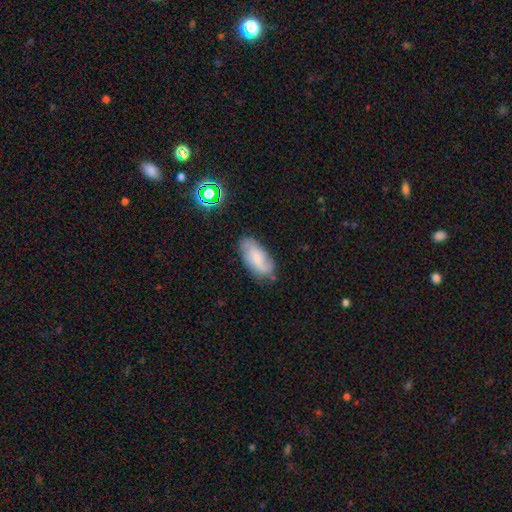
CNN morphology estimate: This appears to be a featured or disk galaxy (47%). Merging: none (72%).